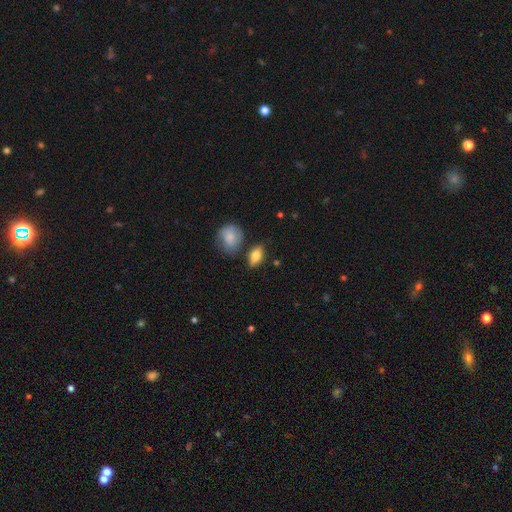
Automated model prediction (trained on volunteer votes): A smooth galaxy with no disk features (81%) that is in between round and cigar-shaped (85%).

Vote fractions:
- Smooth or featured? smooth: 81% / featured or disk: 11% / star or artifact: 7%
- How rounded? in between: 85% / round: 10% / cigar-shaped: 5%
- Merging? none: 75% / minor disturbance: 16% / merger: 6% / major disturbance: 4%